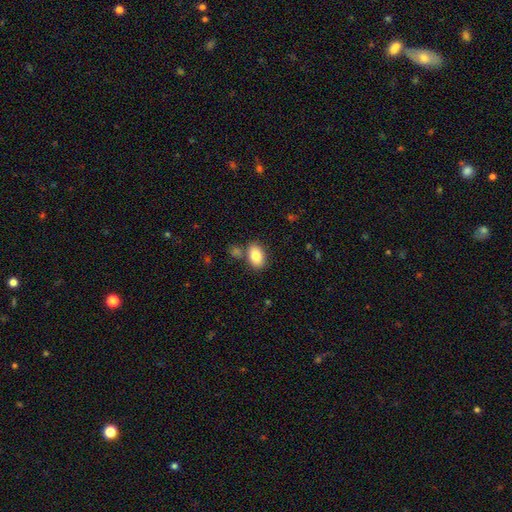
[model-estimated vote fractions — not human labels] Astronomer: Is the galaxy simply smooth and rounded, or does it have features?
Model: smooth — 84%.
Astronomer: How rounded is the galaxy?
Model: in between — 87%.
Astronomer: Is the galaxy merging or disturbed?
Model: none — 73%.